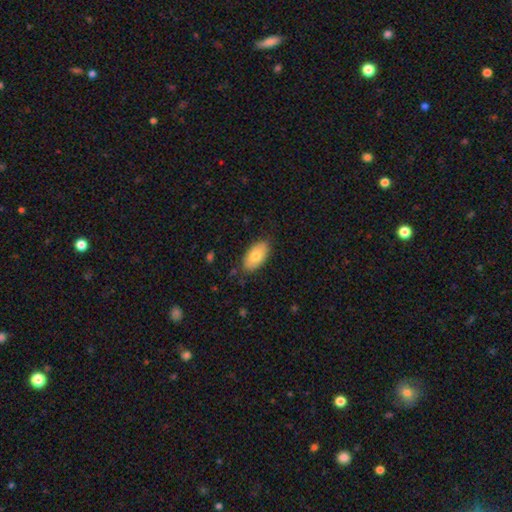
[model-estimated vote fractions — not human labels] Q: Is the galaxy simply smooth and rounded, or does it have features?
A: smooth — 76%.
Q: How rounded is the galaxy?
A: in between — 94%.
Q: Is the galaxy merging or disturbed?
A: none — 84%.